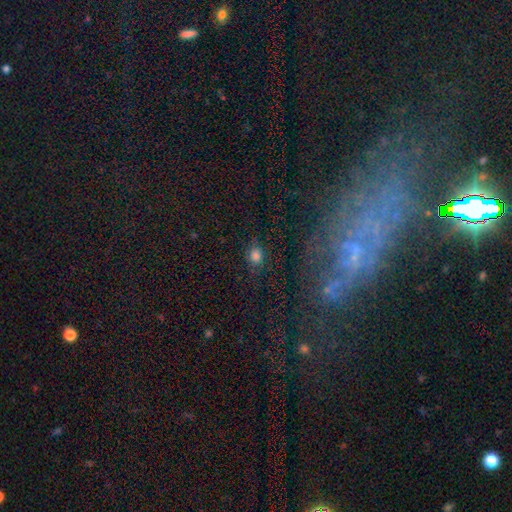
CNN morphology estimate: The model was most divided on "how rounded": round: 58%, in between: 40%, cigar-shaped: 2%. More confident: merging — none (80%); smooth or featured — smooth (76%).